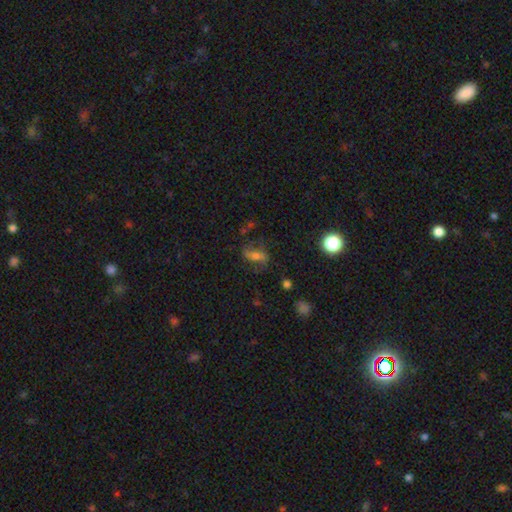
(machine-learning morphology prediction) smooth_or_featured: featured or disk (p=0.45) [alt: smooth p=0.39]
merging: none (p=0.60) [alt: minor disturbance p=0.20]